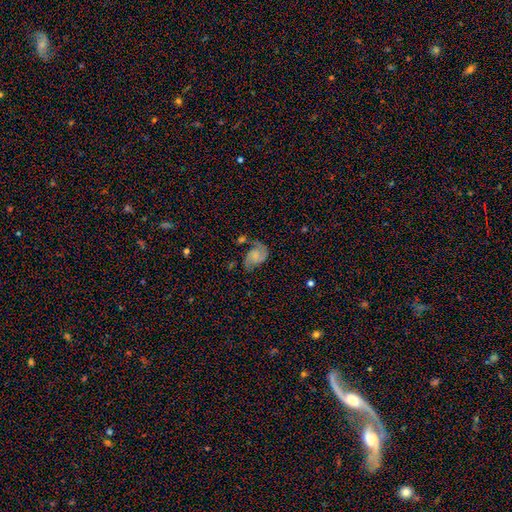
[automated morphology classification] A featured or disk galaxy (66%) with no bar (60%), 2 (85%) medium (48%) spiral arms (92%) and a small central bulge (44%). Merging: none (49%).